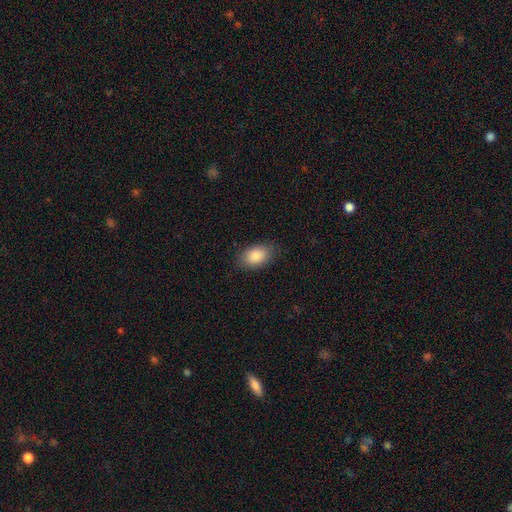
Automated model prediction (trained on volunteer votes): This appears to be a smooth galaxy with no disk features (87%) that is in between round and cigar-shaped (90%). Merging: none (85%).